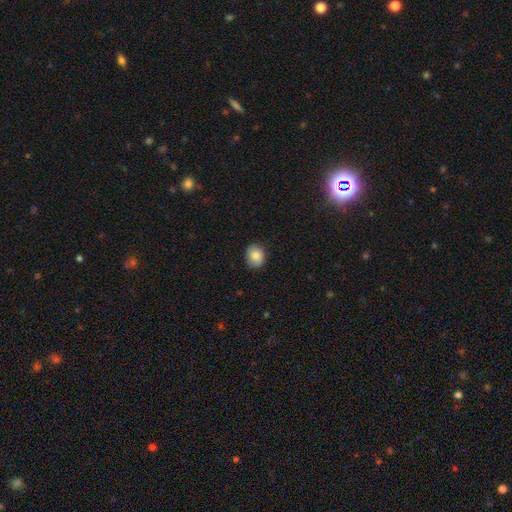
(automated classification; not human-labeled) Smooth or featured: smooth — 86% (star or artifact — 8%)
How rounded: round — 58% (in between — 41%)
Merging: none — 86% (minor disturbance — 10%)